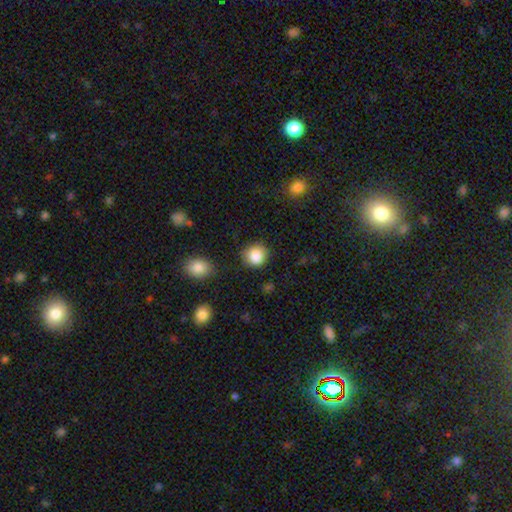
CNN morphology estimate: This is clearly a smooth galaxy (87%). How rounded: clearly round (88%). Merging: clearly none (84%).